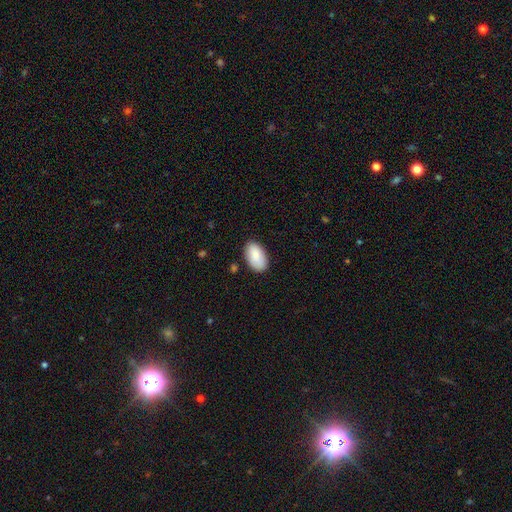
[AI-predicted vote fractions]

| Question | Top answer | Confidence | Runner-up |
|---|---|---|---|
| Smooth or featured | smooth | 87% | featured or disk (6%) |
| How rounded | in between | 95% | round (4%) |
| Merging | none | 84% | minor disturbance (12%) |